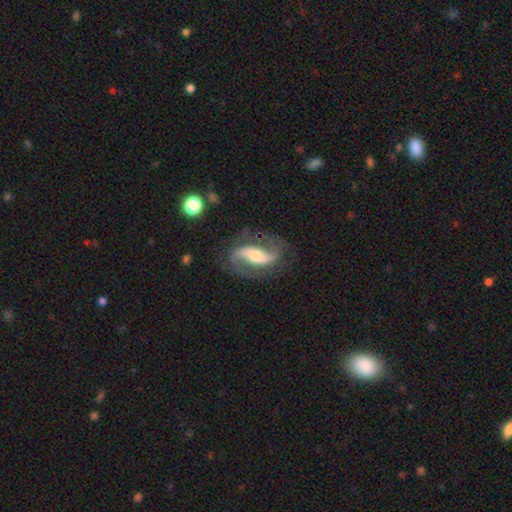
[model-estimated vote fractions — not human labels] Smooth or featured? featured or disk (88%)
Edge-on disk? no (96%)
Bar? strong (48%)
Spiral arms? yes (96%)
Spiral winding? medium (48%)
Spiral arm count? 2 (92%)
Bulge size? moderate (57%)
Merging? none (77%)